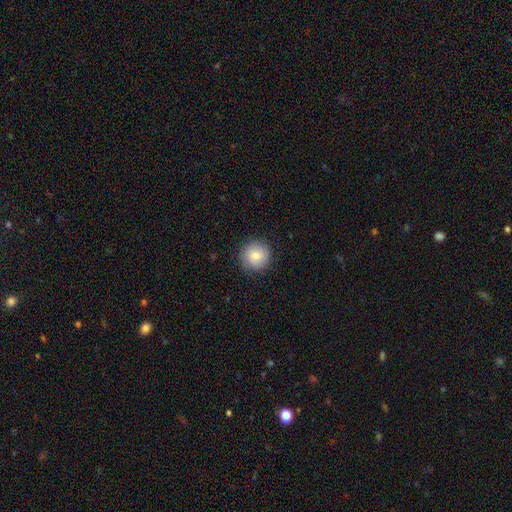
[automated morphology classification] smooth-or-featured: smooth: 75% | featured or disk: 16% | star or artifact: 9%
  how-rounded: round: 94% | in between: 5% | cigar-shaped: 1%
  merging: none: 84% | minor disturbance: 11% | major disturbance: 3% | merger: 1%